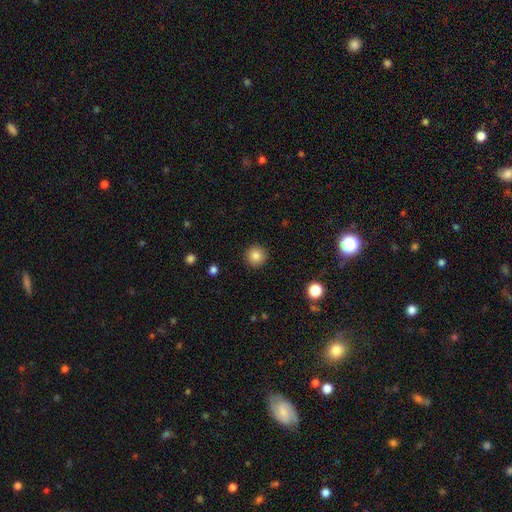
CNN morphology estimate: type=smooth (84%); roundness=round (95%); merging=none (92%).